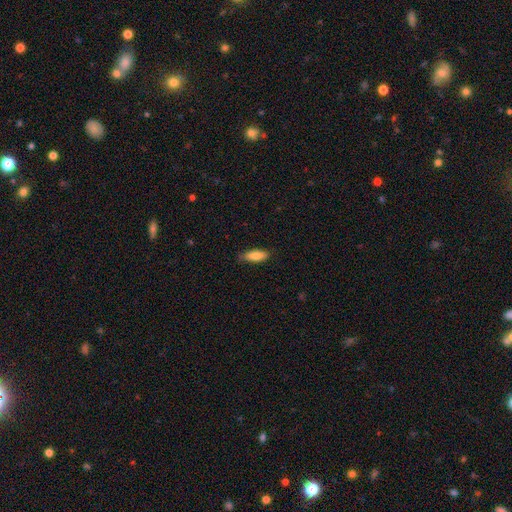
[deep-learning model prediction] A smooth galaxy with no disk features (84%) that is in between round and cigar-shaped (61%).

Vote fractions:
- Smooth or featured? smooth: 84% / featured or disk: 10% / star or artifact: 6%
- How rounded? in between: 61% / cigar-shaped: 37% / round: 2%
- Merging? none: 78% / minor disturbance: 19% / major disturbance: 3% / merger: 1%